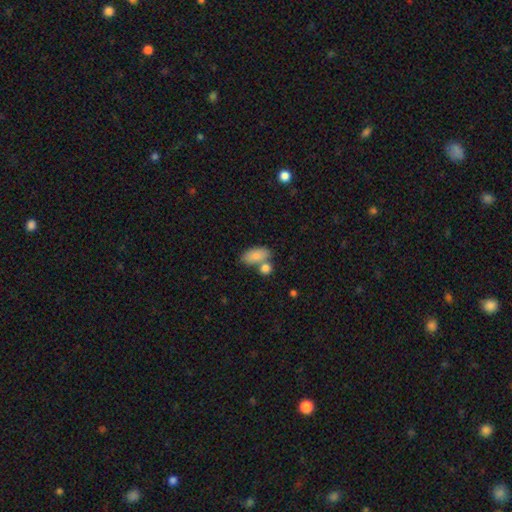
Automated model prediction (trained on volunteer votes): A smooth galaxy with no disk features (85%) that is in between round and cigar-shaped (91%). Merging: none (52%).